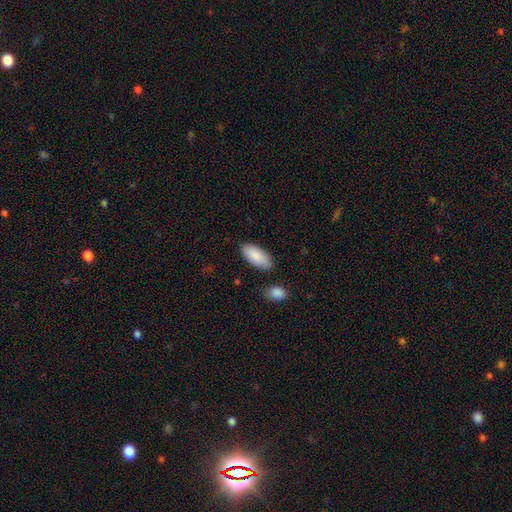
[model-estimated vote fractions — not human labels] smooth-or-featured: smooth: 88% | featured or disk: 6% | star or artifact: 6%
  how-rounded: in between: 89% | cigar-shaped: 9% | round: 2%
  merging: none: 83% | minor disturbance: 11% | merger: 3% | major disturbance: 2%